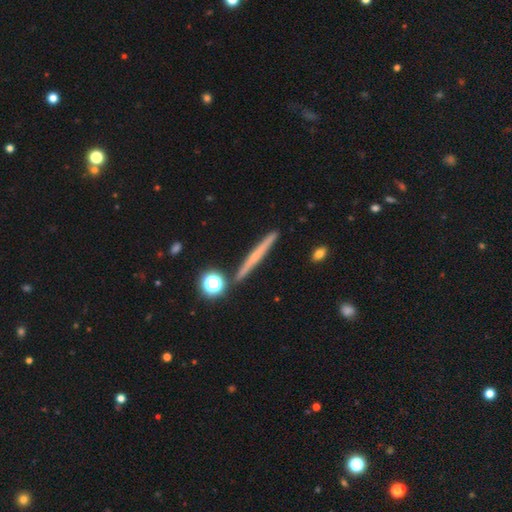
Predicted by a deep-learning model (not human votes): Q: Smooth or featured?
A: featured or disk (51%); runner-up: smooth (41%)
Q: Edge-on disk?
A: yes (97%); runner-up: no (3%)
Q: Merging?
A: none (89%); runner-up: minor disturbance (6%)